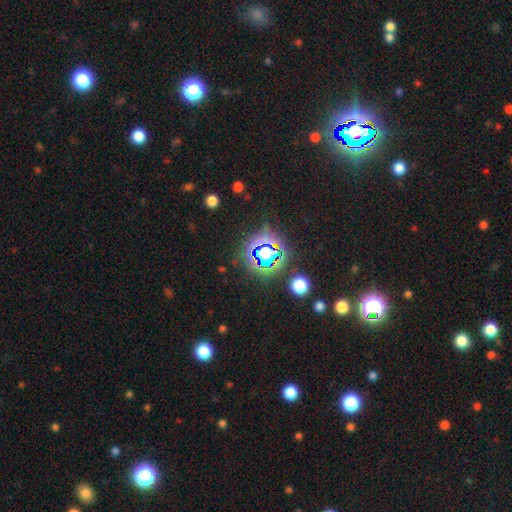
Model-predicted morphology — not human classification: Smooth or featured?
  - star or artifact: 81% *
  - smooth: 12%
  - featured or disk: 7%